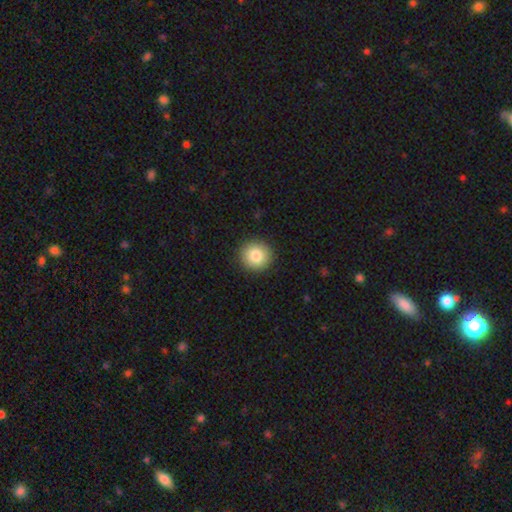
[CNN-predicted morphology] Smooth or featured: smooth — 84% (star or artifact — 8%)
How rounded: round — 94% (in between — 6%)
Merging: none — 92% (minor disturbance — 5%)